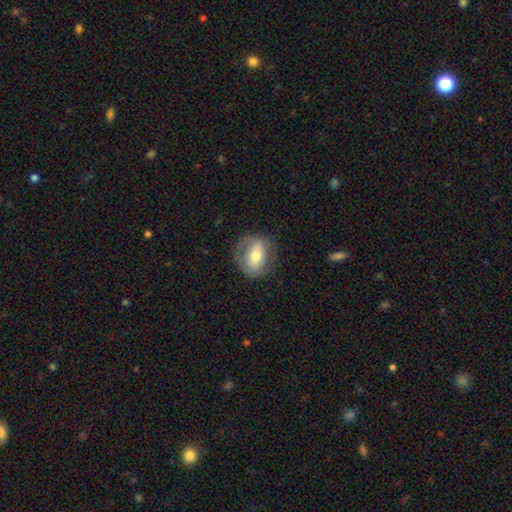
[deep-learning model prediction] A smooth galaxy with no disk features (53%) that is in between round and cigar-shaped (57%). Merging: none (74%).